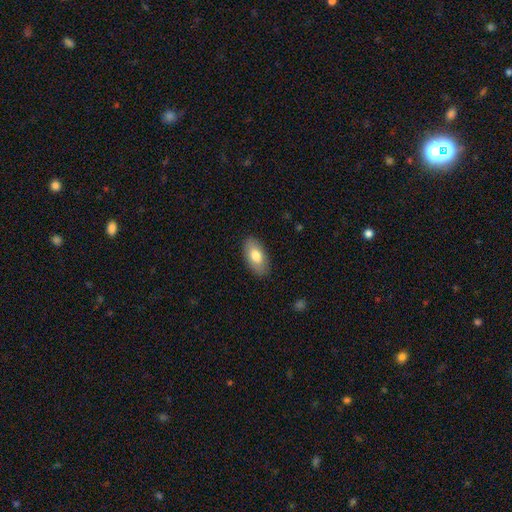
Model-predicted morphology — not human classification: Smooth or featured?
  - smooth: 77% *
  - featured or disk: 17%
  - star or artifact: 6%
How rounded?
  - in between: 93% *
  - cigar-shaped: 4%
  - round: 3%
Merging?
  - none: 87% *
  - minor disturbance: 10%
  - major disturbance: 2%
  - merger: 1%